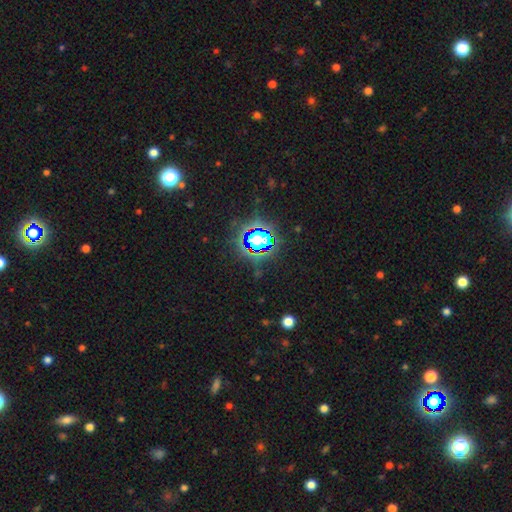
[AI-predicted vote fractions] This appears to be a star or artifact, not a galaxy (79%).